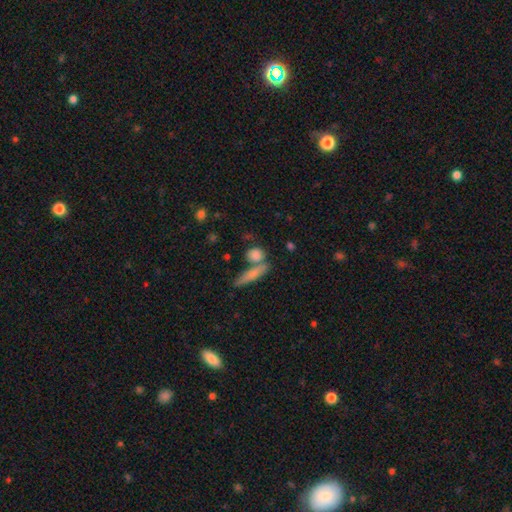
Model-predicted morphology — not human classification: A smooth galaxy with no disk features (76%) that is round (36%).

Vote fractions:
- Smooth or featured? smooth: 76% / featured or disk: 15% / star or artifact: 9%
- How rounded? round: 36% / in between: 33% / cigar-shaped: 30%
- Merging? none: 62% / merger: 24% / minor disturbance: 11% / major disturbance: 4%